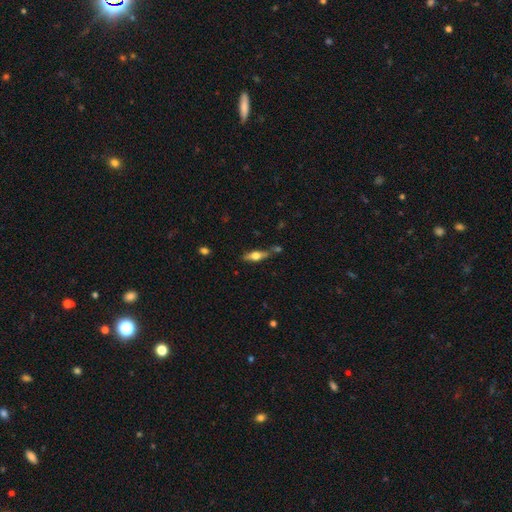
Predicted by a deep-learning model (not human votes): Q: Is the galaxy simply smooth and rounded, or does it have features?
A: featured or disk — 53%.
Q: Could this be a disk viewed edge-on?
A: yes — 91%.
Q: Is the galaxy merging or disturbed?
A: none — 68%.